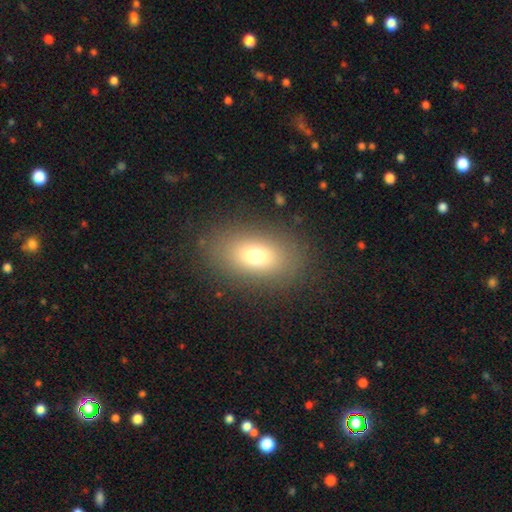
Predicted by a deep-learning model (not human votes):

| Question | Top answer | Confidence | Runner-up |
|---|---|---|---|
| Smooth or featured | smooth | 73% | featured or disk (16%) |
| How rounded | in between | 86% | round (12%) |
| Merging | none | 85% | minor disturbance (9%) |